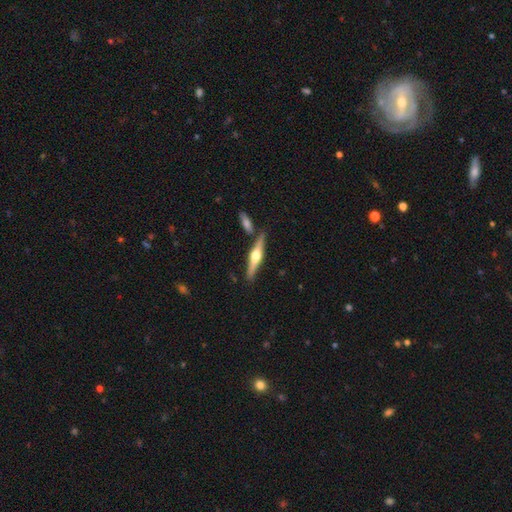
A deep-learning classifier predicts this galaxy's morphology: Overall: featured or disk (74%). Edge-on disk: yes (97%). Edge-on bulge: rounded (95%). Merging: none (81%).